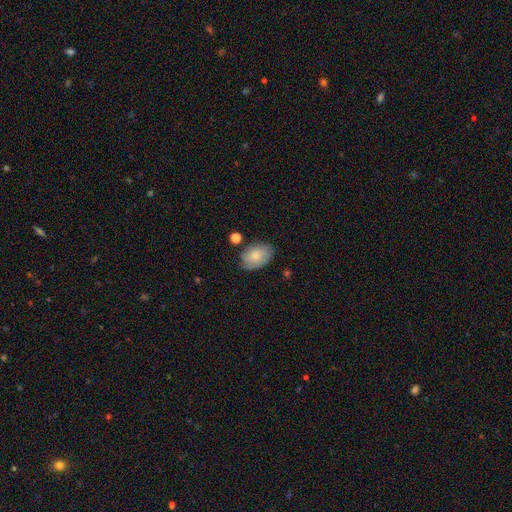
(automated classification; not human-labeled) This appears to be a smooth galaxy with no disk features (71%) that is in between round and cigar-shaped (82%). Merging: none (75%).